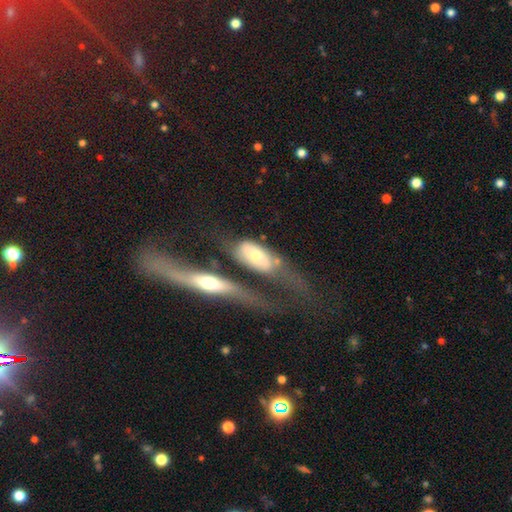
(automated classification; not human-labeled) A smooth galaxy with no disk features (49%). Merging: merger (38%).